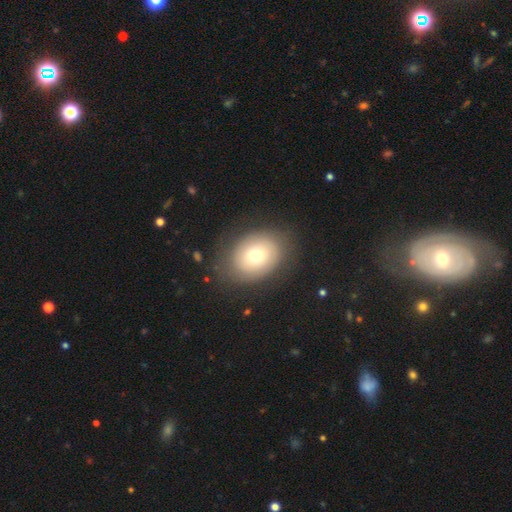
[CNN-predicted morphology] The model was most divided on "how rounded": in between: 65%, round: 35%, cigar-shaped: 1%. More confident: merging — none (80%); smooth or featured — smooth (68%).